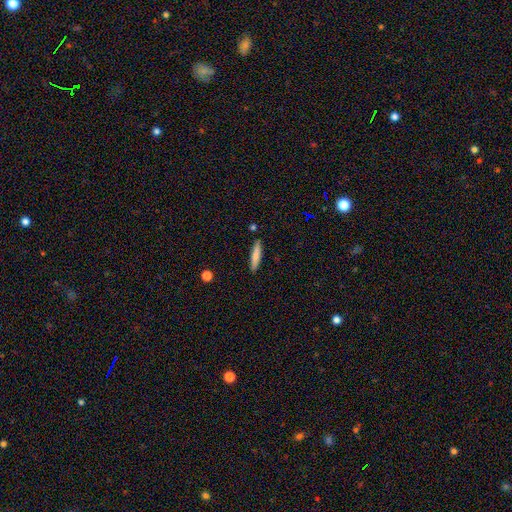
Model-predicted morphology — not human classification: smooth_or_featured: smooth (p=0.78) [alt: featured or disk p=0.16]
how_rounded: cigar-shaped (p=0.88) [alt: in between p=0.11]
merging: none (p=0.88) [alt: minor disturbance p=0.08]